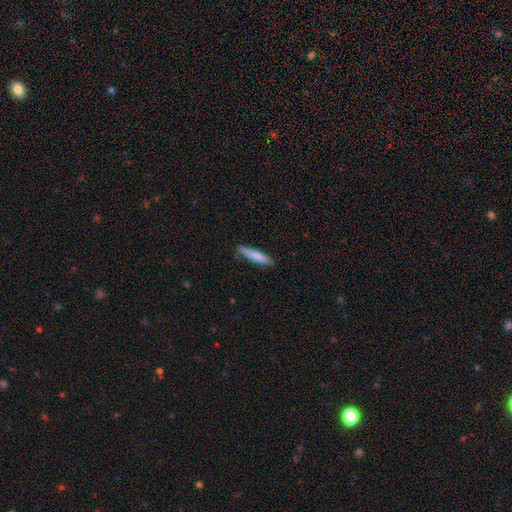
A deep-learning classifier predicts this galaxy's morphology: The model was most divided on "smooth or featured": smooth: 76%, featured or disk: 18%, star or artifact: 5%. More confident: how rounded — cigar-shaped (89%); merging — none (86%).